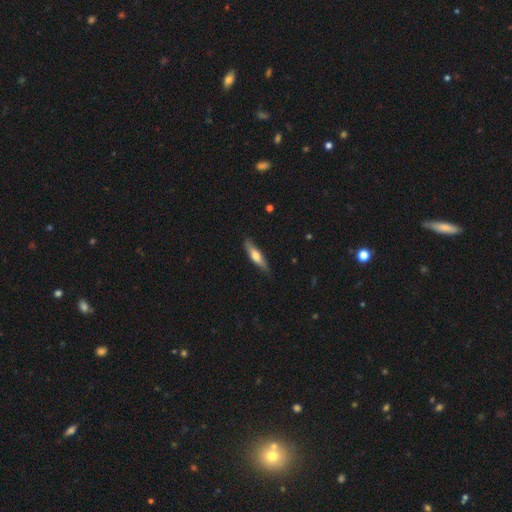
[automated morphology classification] Smooth or featured? smooth (53%)
How rounded? cigar-shaped (69%)
Merging? none (77%)